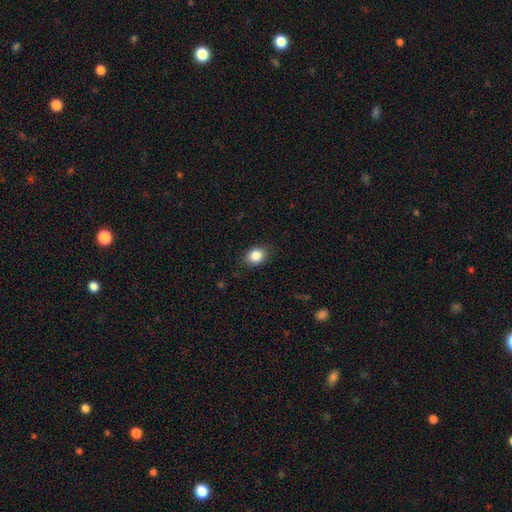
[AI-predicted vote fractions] Smooth or featured? Predicted: smooth (p=0.86). How rounded? Predicted: round (p=0.53). Merging? Predicted: none (p=0.84).